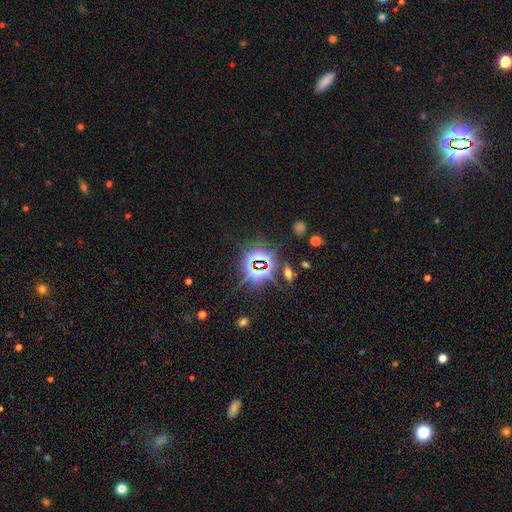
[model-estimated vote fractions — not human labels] This is clearly a star or artifact rather than a galaxy (81%).